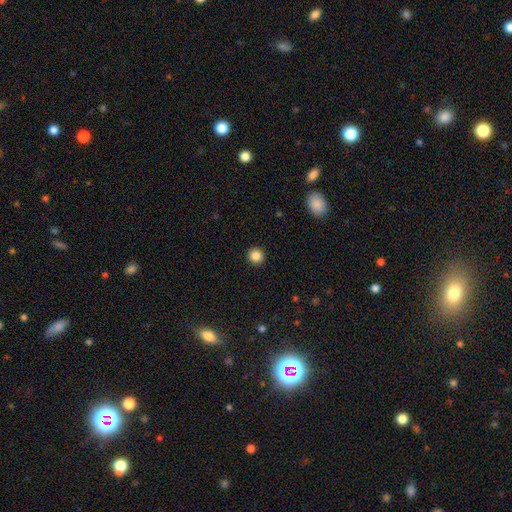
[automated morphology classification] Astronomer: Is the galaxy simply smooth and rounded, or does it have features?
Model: smooth — 86%.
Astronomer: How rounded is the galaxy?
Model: round — 95%.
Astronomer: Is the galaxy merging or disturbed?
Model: none — 93%.